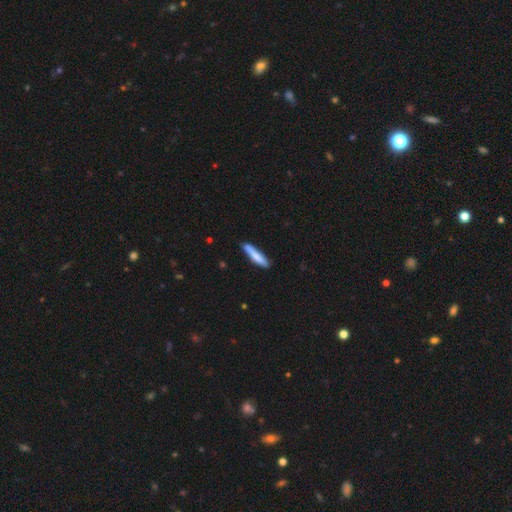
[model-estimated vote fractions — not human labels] Morphology: type=smooth (77%); roundness=cigar-shaped (87%); merging=none (82%).